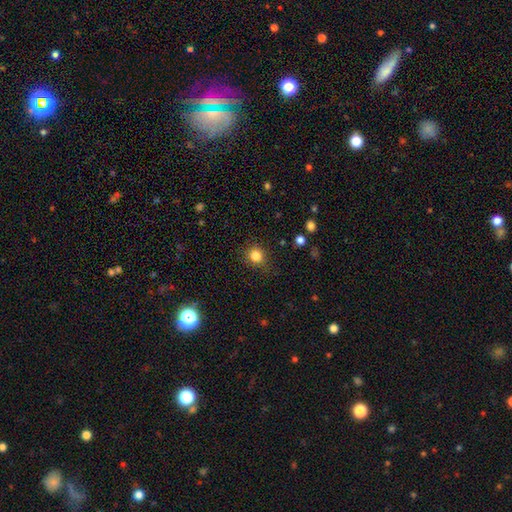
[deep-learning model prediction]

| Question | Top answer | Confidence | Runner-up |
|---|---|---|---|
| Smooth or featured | smooth | 84% | star or artifact (12%) |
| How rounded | round | 86% | in between (13%) |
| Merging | none | 83% | minor disturbance (12%) |